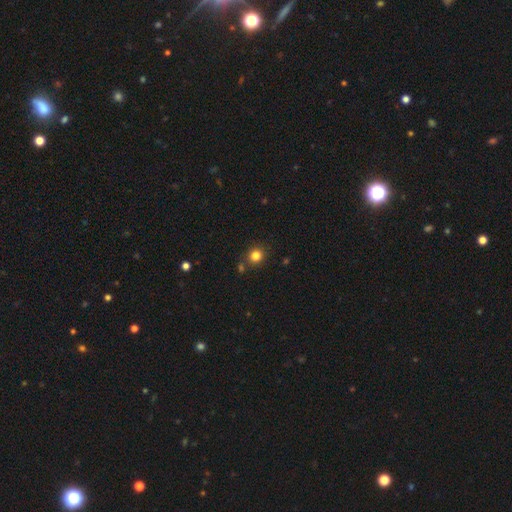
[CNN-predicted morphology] smooth-or-featured: smooth: 82% | star or artifact: 13% | featured or disk: 5%
  how-rounded: round: 84% | in between: 15% | cigar-shaped: 1%
  merging: none: 80% | minor disturbance: 10% | merger: 7% | major disturbance: 3%